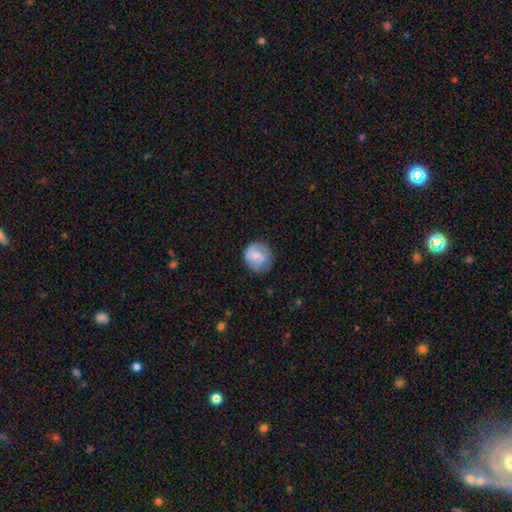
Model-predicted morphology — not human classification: Smooth or featured? Predicted: smooth (p=0.66). How rounded? Predicted: round (p=0.83). Merging? Predicted: none (p=0.73).